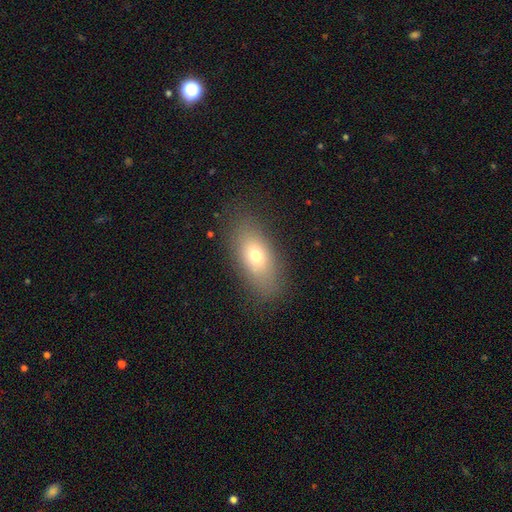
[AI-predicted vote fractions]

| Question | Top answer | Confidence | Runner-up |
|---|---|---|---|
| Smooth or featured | smooth | 67% | featured or disk (21%) |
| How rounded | in between | 84% | round (9%) |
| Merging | none | 81% | minor disturbance (12%) |